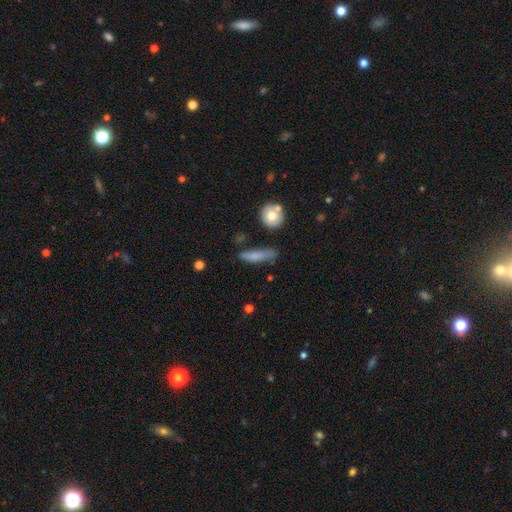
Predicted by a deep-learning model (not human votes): This appears to be a smooth galaxy with no disk features (73%) that is cigar-shaped (74%). Merging: none (69%).